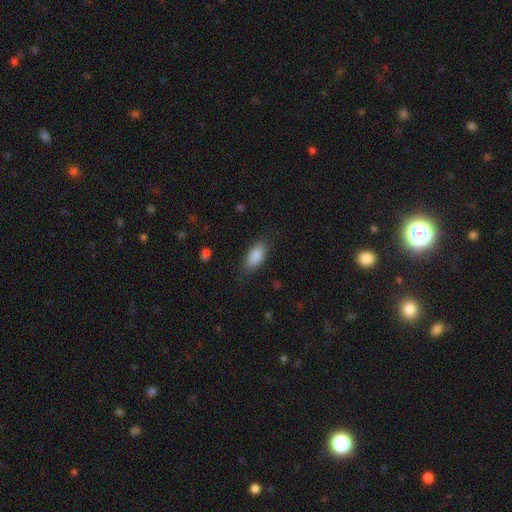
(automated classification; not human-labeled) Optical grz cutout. It shows a smooth galaxy with no disk features (88%) that is in between round and cigar-shaped (89%). Merging: none (82%).